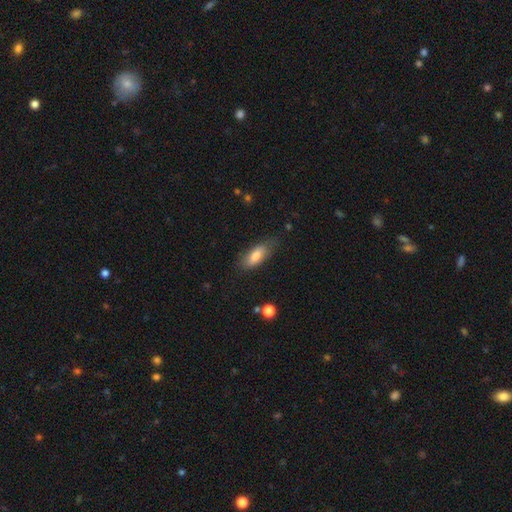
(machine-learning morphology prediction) Smooth or featured? smooth (78%)
How rounded? in between (77%)
Merging? none (71%)